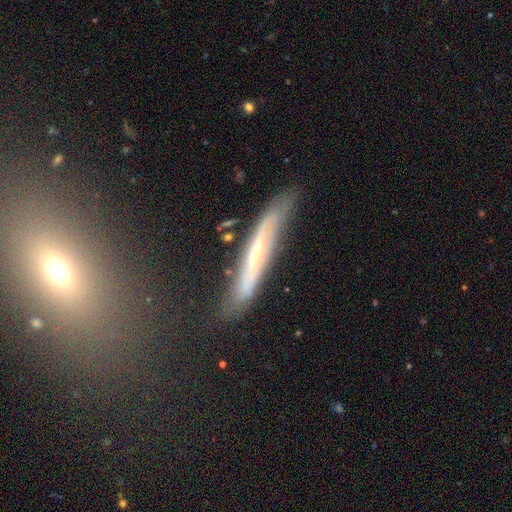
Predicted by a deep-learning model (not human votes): smooth-or-featured: featured or disk: 65% | smooth: 28% | star or artifact: 7%
  disk-edge-on: yes: 65% | no: 35%
  merging: none: 69% | minor disturbance: 22% | major disturbance: 6% | merger: 3%